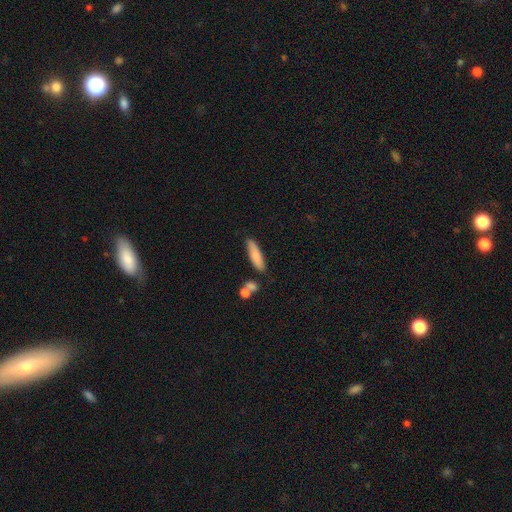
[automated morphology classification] Q: Smooth or featured?
A: smooth (80%); runner-up: featured or disk (14%)
Q: How rounded?
A: cigar-shaped (66%); runner-up: in between (32%)
Q: Merging?
A: none (77%); runner-up: minor disturbance (14%)